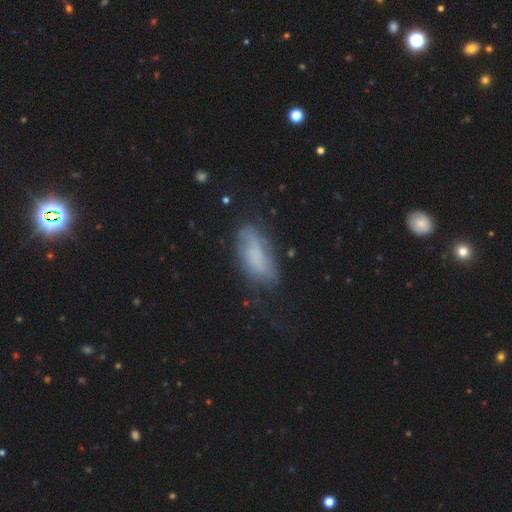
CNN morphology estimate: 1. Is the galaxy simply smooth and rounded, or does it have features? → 60% smooth, 31% featured or disk, 9% star or artifact.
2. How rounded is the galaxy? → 83% in between, 14% cigar-shaped, 3% round.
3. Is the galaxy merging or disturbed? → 51% none, 29% minor disturbance, 17% major disturbance, 3% merger.